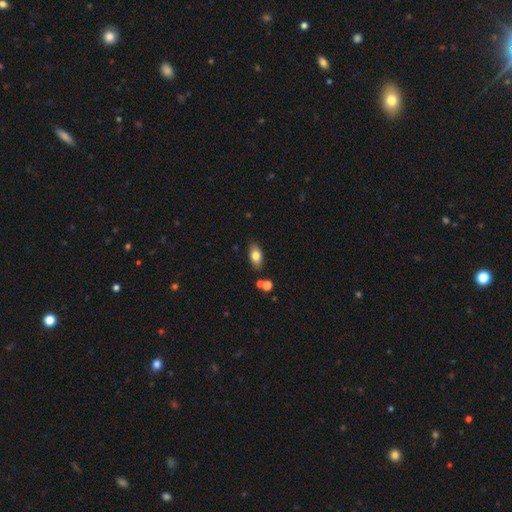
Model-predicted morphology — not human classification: Q: Smooth or featured?
A: smooth (77%); runner-up: featured or disk (15%)
Q: How rounded?
A: in between (88%); runner-up: round (7%)
Q: Merging?
A: none (80%); runner-up: minor disturbance (12%)